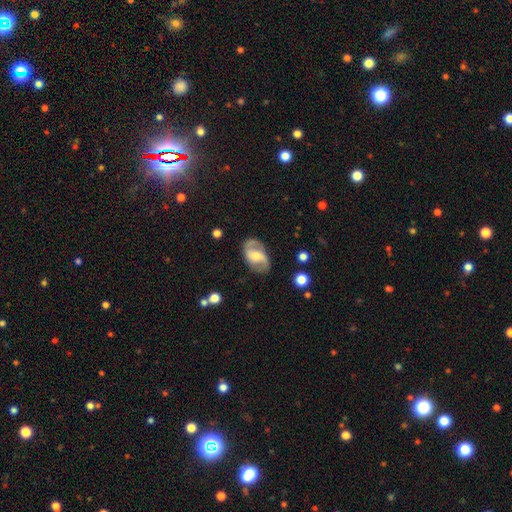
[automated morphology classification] This is likely a featured or disk galaxy (72%). It is clearly not viewed edge-on (96%). Bar: marginally weak (43%). Spiral arm pattern: clearly yes (87%). Spiral arm count: clearly 2 (87%). Spiral winding: possibly medium (46%). Central bulge: possibly moderate (50%). Merging: likely none (74%).